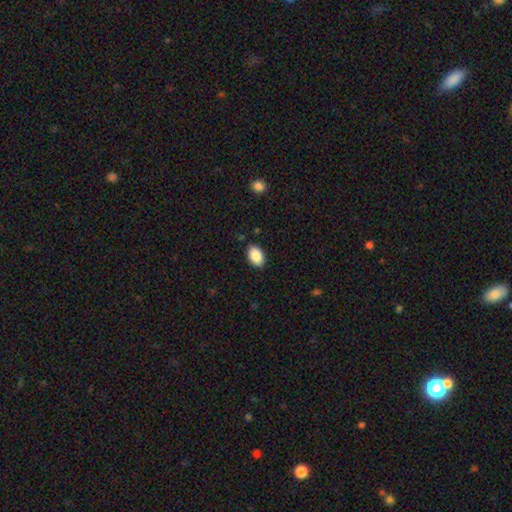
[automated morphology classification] smooth 88%, star or artifact 7%, featured or disk 5%. Down the decision tree: how rounded — in between (90%); merging — none (88%).